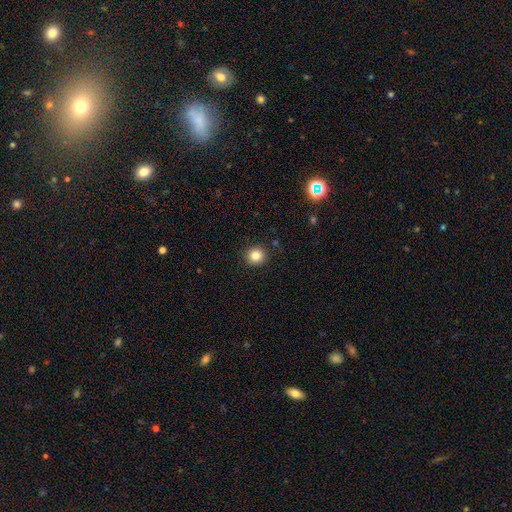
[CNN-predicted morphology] A smooth galaxy with no disk features (83%) that is round (91%). Merging: none (91%).